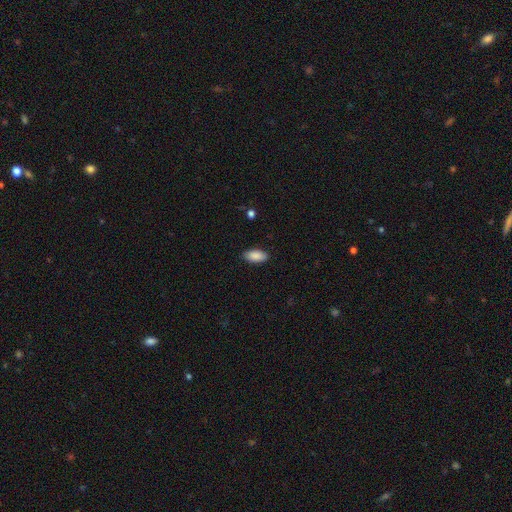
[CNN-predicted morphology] smooth-or-featured: smooth: 89% | star or artifact: 6% | featured or disk: 5%
  how-rounded: in between: 92% | cigar-shaped: 6% | round: 2%
  merging: none: 88% | minor disturbance: 9% | major disturbance: 2% | merger: 1%